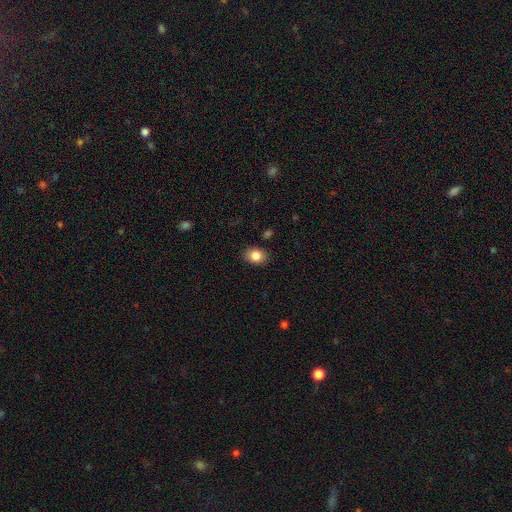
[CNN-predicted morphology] This is clearly a smooth galaxy (85%). How rounded: likely in between (62%). Merging: clearly none (86%).